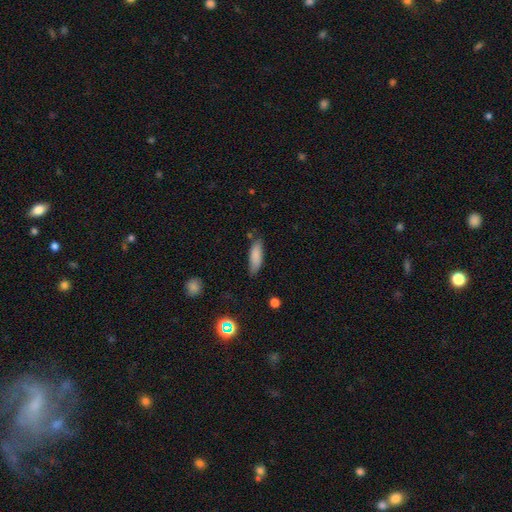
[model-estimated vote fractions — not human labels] smooth 84%, featured or disk 9%, star or artifact 7%. Down the decision tree: how rounded — in between (52%); merging — none (74%).